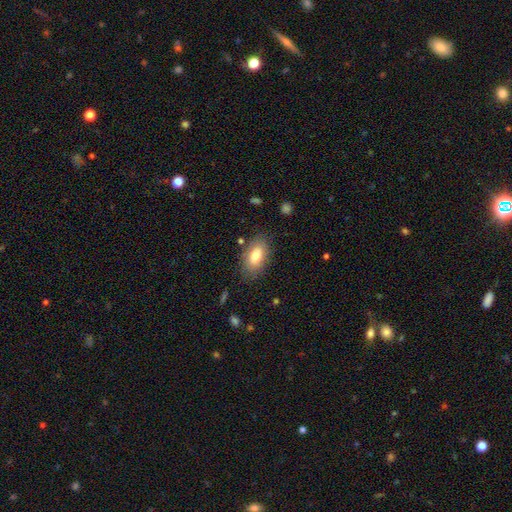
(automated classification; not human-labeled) A smooth galaxy with no disk features (78%) that is in between round and cigar-shaped (91%).

Vote fractions:
- Smooth or featured? smooth: 78% / featured or disk: 15% / star or artifact: 7%
- How rounded? in between: 91% / round: 5% / cigar-shaped: 4%
- Merging? none: 81% / minor disturbance: 13% / major disturbance: 4% / merger: 2%